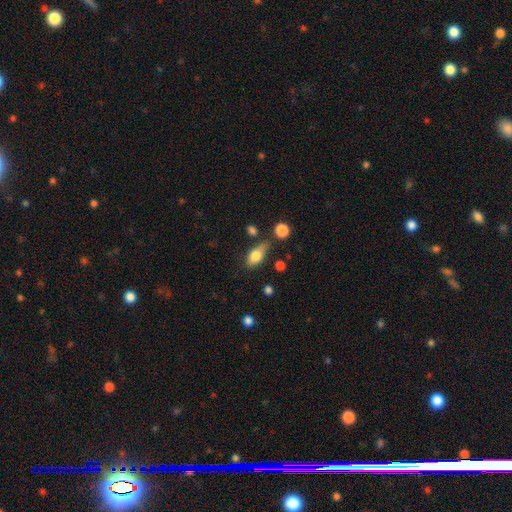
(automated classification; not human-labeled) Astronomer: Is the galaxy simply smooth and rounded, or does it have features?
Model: smooth — 76%.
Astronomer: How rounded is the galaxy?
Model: in between — 82%.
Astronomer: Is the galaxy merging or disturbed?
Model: none — 56%.